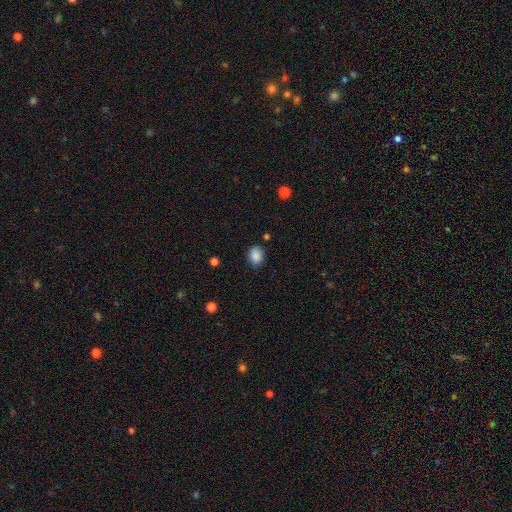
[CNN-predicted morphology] Q: Smooth or featured?
A: smooth (88%); runner-up: star or artifact (9%)
Q: How rounded?
A: in between (61%); runner-up: round (38%)
Q: Merging?
A: none (82%); runner-up: minor disturbance (13%)